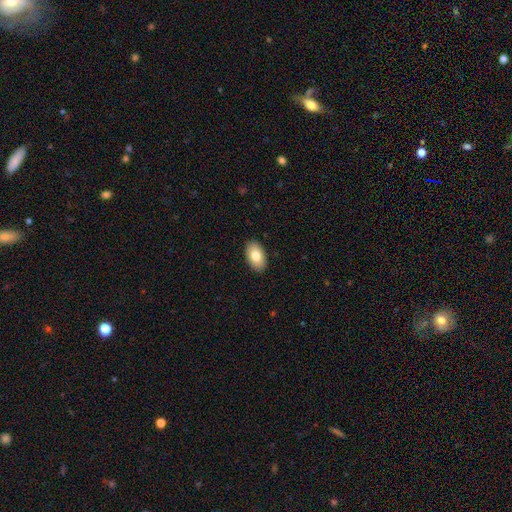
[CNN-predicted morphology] A smooth galaxy with no disk features (80%) that is in between round and cigar-shaped (93%).

Vote fractions:
- Smooth or featured? smooth: 80% / featured or disk: 14% / star or artifact: 7%
- How rounded? in between: 93% / round: 6% / cigar-shaped: 1%
- Merging? none: 90% / minor disturbance: 8% / major disturbance: 2% / merger: 1%